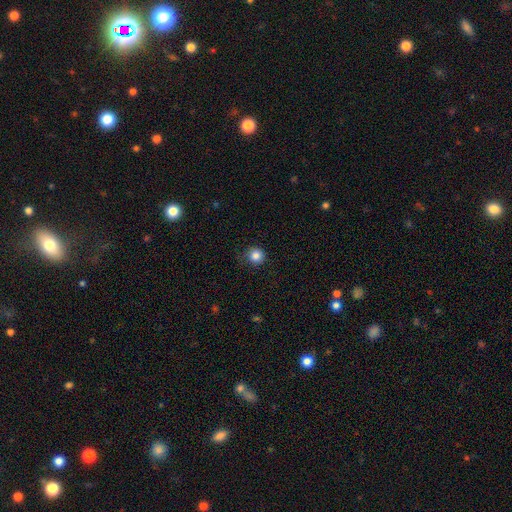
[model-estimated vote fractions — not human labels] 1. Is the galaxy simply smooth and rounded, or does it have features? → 84% smooth, 11% star or artifact, 5% featured or disk.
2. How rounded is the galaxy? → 94% round, 5% in between, 1% cigar-shaped.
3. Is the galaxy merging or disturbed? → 84% none, 12% minor disturbance, 3% major disturbance, 1% merger.